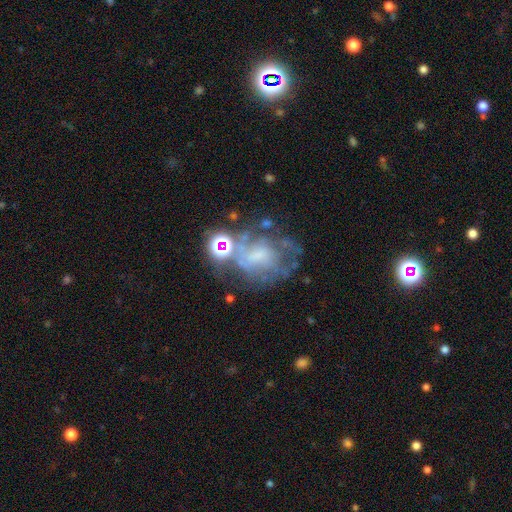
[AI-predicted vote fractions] featured or disk 58%, smooth 22%, star or artifact 20%. Down the decision tree: edge-on disk — no (97%); bar — no (66%); spiral arms — no (51%); bulge size — none (40%); merging — none (41%).